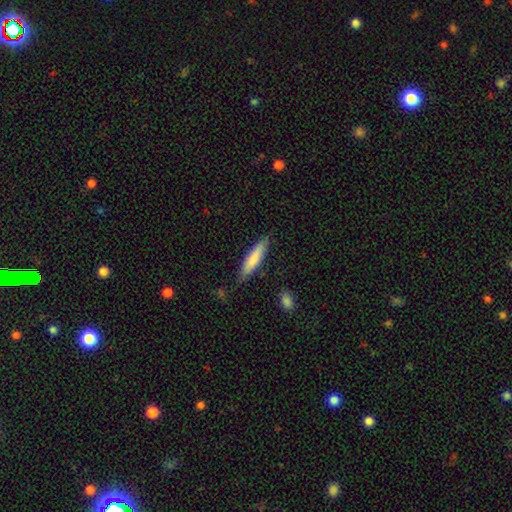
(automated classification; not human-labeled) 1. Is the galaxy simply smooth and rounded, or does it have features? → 75% smooth, 19% featured or disk, 6% star or artifact.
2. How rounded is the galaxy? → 87% cigar-shaped, 12% in between, 1% round.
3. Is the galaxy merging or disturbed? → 85% none, 11% minor disturbance, 2% major disturbance, 2% merger.